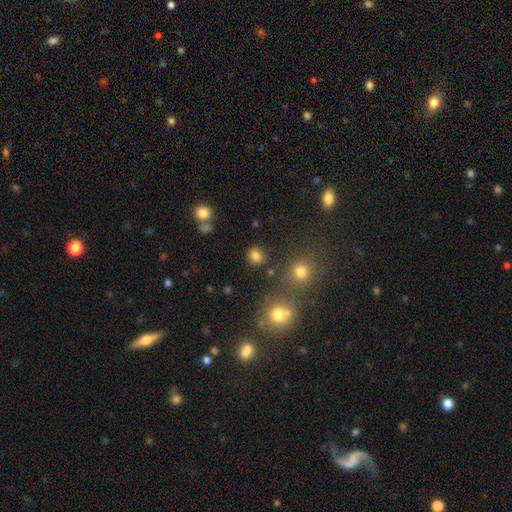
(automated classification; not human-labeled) Overall: smooth (81%). How rounded: round (74%). Merging: none (84%).